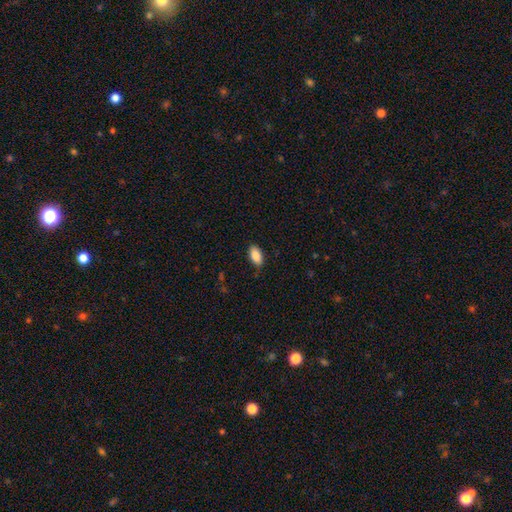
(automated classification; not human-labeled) Smooth or featured? smooth (88%)
How rounded? in between (93%)
Merging? none (84%)